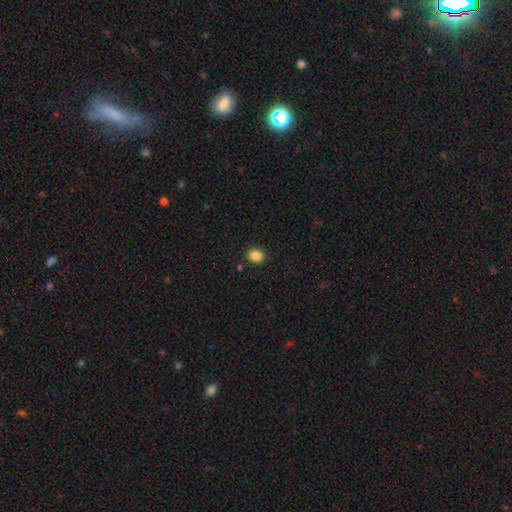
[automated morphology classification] A smooth galaxy with no disk features (87%) that is round (57%). Merging: none (89%).